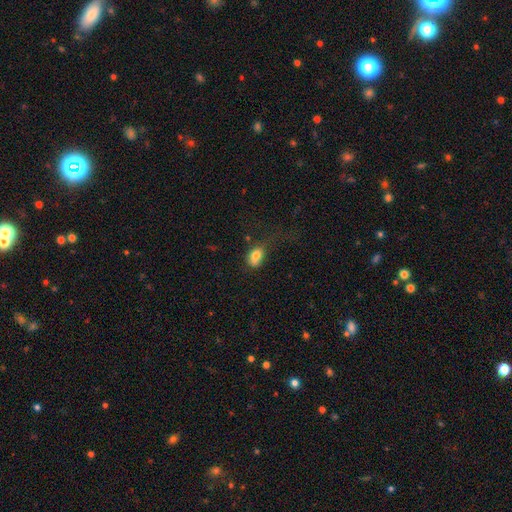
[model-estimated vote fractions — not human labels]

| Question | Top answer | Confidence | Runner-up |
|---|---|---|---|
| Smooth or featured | smooth | 78% | featured or disk (12%) |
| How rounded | in between | 76% | round (22%) |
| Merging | none | 38% | minor disturbance (30%) |